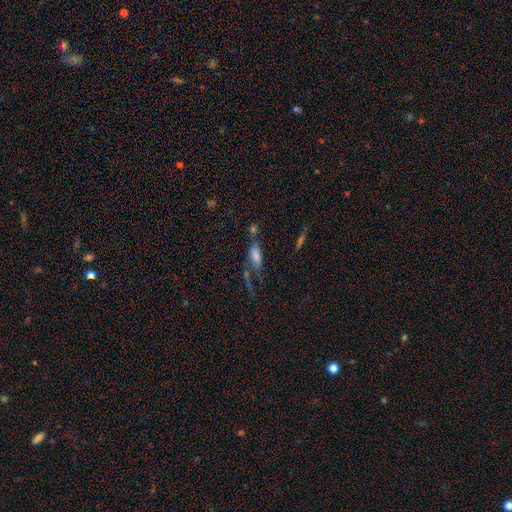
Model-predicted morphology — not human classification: This is possibly a smooth galaxy (57%). How rounded: likely in between (75%). Merging: marginally none (32%).